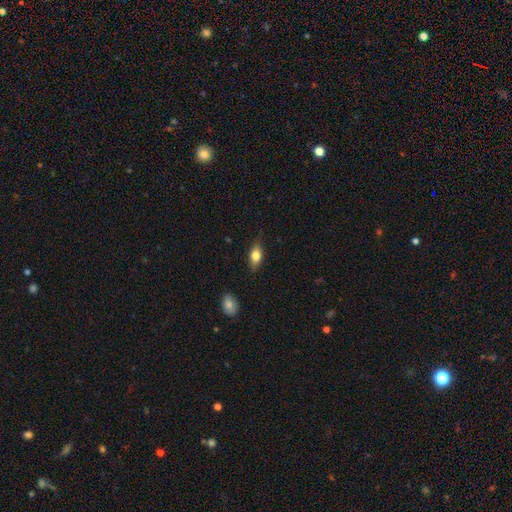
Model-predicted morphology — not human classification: The model was most divided on "smooth or featured": smooth: 76%, featured or disk: 16%, star or artifact: 7%. More confident: how rounded — in between (85%); merging — none (81%).